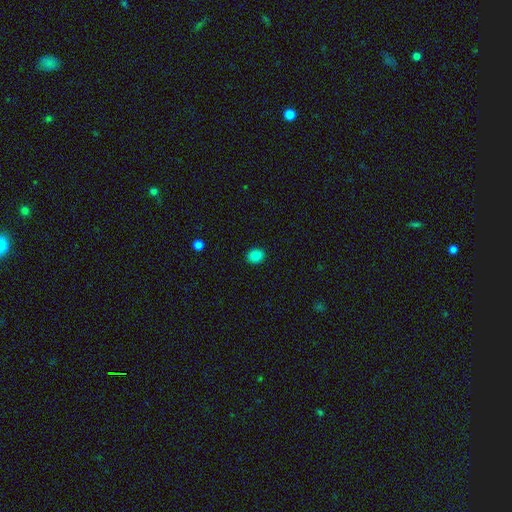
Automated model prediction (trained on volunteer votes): This appears to be a smooth galaxy with no disk features (84%) that is round (61%). Merging: none (91%).